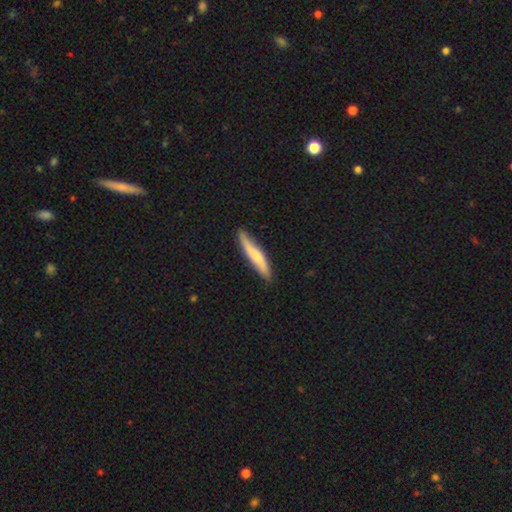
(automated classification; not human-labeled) A smooth galaxy with no disk features (63%) that is cigar-shaped (91%).

Vote fractions:
- Smooth or featured? smooth: 63% / featured or disk: 32% / star or artifact: 5%
- How rounded? cigar-shaped: 91% / in between: 8% / round: 1%
- Merging? none: 78% / minor disturbance: 17% / major disturbance: 3% / merger: 2%